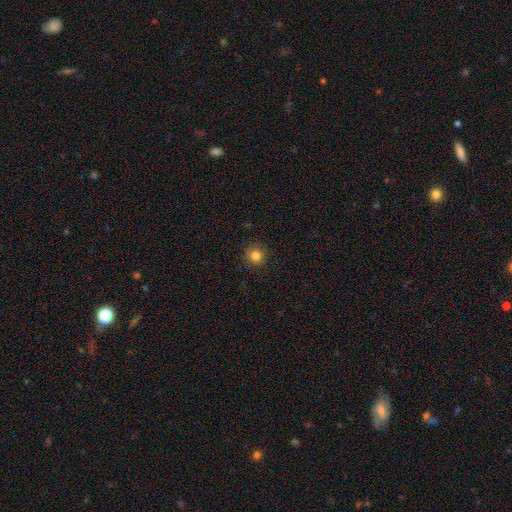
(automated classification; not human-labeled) Q: Smooth or featured?
A: smooth (83%); runner-up: star or artifact (12%)
Q: How rounded?
A: round (93%); runner-up: in between (6%)
Q: Merging?
A: none (89%); runner-up: minor disturbance (7%)